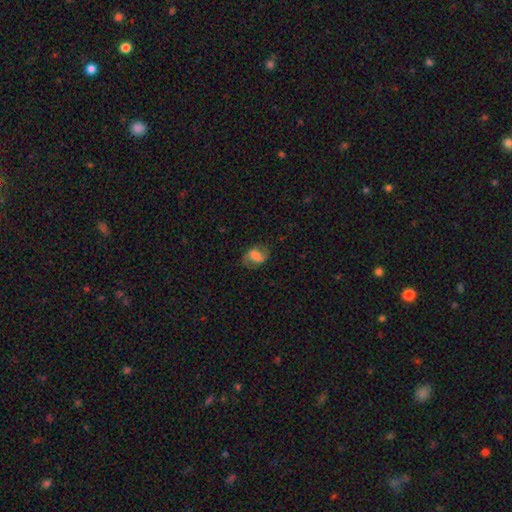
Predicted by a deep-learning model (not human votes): A featured or disk galaxy (48%).

Vote fractions:
- Smooth or featured? featured or disk: 48% / smooth: 43% / star or artifact: 9%
- Merging? none: 70% / minor disturbance: 19% / major disturbance: 9% / merger: 1%